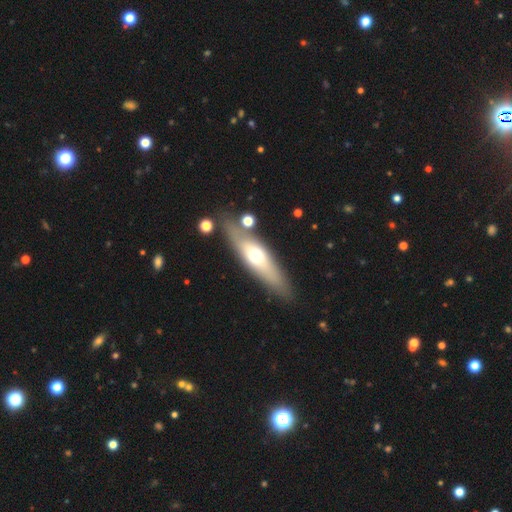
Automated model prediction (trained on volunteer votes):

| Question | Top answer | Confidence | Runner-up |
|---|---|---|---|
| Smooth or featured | smooth | 48% | featured or disk (45%) |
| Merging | none | 81% | minor disturbance (11%) |